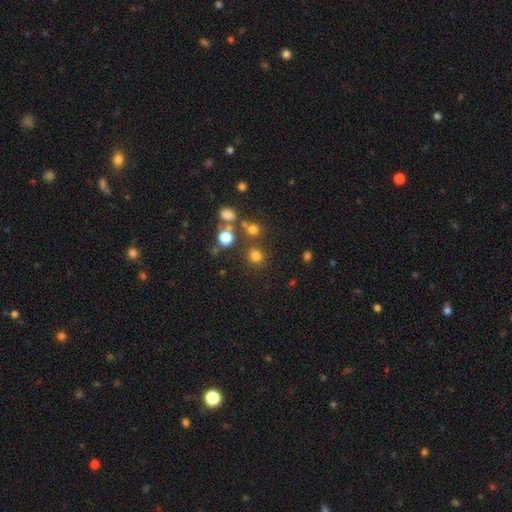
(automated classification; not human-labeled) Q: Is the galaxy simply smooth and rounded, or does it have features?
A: smooth — 73%.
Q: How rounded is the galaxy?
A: round — 84%.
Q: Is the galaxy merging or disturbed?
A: none — 74%.